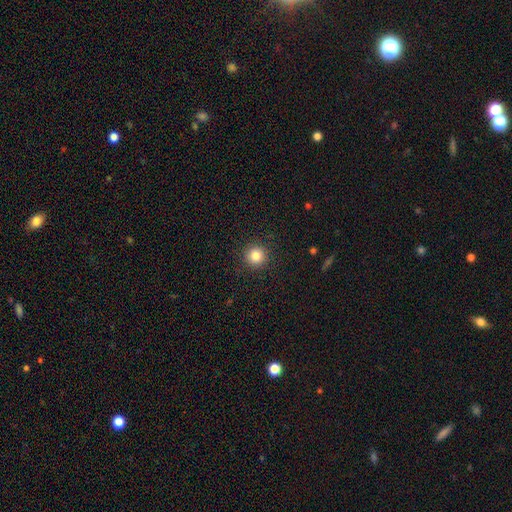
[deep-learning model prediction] Smooth or featured?
  - smooth: 84% *
  - star or artifact: 11%
  - featured or disk: 5%
How rounded?
  - round: 95% *
  - in between: 4%
  - cigar-shaped: 1%
Merging?
  - none: 92% *
  - minor disturbance: 5%
  - major disturbance: 2%
  - merger: 1%